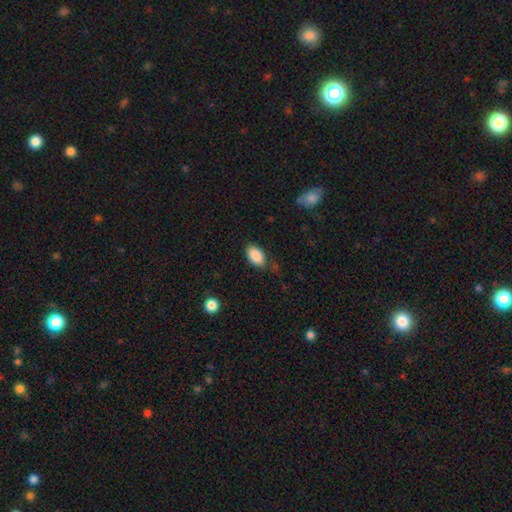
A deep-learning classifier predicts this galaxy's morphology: The model was most divided on "merging": none: 77%, minor disturbance: 17%, major disturbance: 4%, merger: 2%. More confident: how rounded — in between (93%); smooth or featured — smooth (88%).